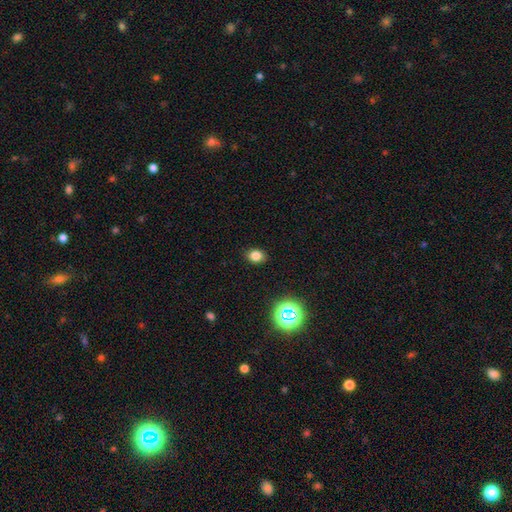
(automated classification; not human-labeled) Smooth or featured? smooth (78%)
How rounded? in between (53%)
Merging? none (88%)